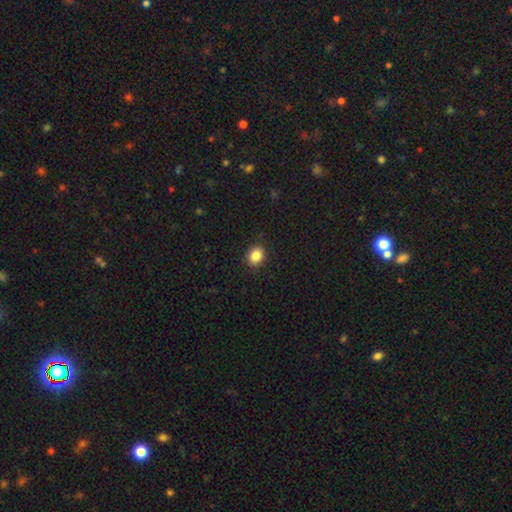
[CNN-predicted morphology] smooth-or-featured: smooth: 87% | star or artifact: 9% | featured or disk: 4%
  how-rounded: round: 54% | in between: 45% | cigar-shaped: 1%
  merging: none: 89% | minor disturbance: 8% | major disturbance: 2% | merger: 1%